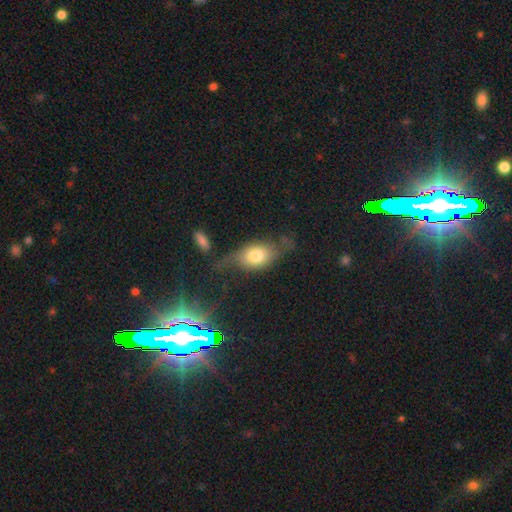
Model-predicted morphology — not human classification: Smooth or featured?
  - smooth: 66% *
  - featured or disk: 24%
  - star or artifact: 9%
How rounded?
  - in between: 77% *
  - round: 18%
  - cigar-shaped: 5%
Merging?
  - none: 44% *
  - minor disturbance: 26%
  - major disturbance: 23%
  - merger: 7%